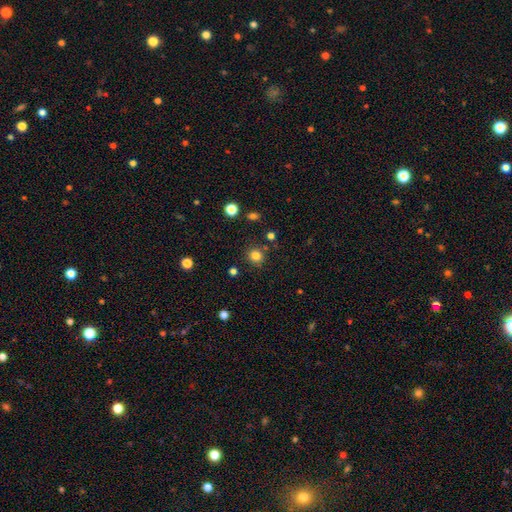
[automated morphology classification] smooth_or_featured: smooth (p=0.82) [alt: star or artifact p=0.14]
how_rounded: round (p=0.90) [alt: in between p=0.09]
merging: none (p=0.86) [alt: minor disturbance p=0.08]